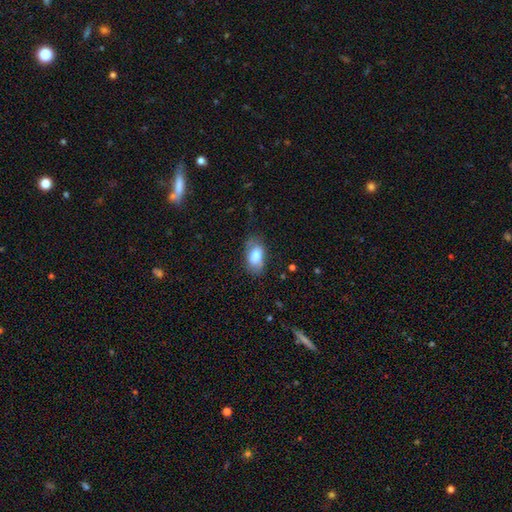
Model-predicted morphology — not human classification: smooth-or-featured: smooth: 78% | featured or disk: 15% | star or artifact: 7%
  how-rounded: in between: 90% | round: 6% | cigar-shaped: 3%
  merging: none: 69% | minor disturbance: 23% | major disturbance: 7% | merger: 2%